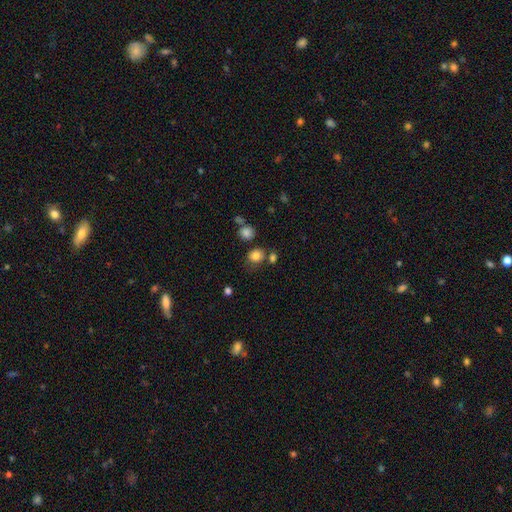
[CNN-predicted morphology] type=smooth (81%); roundness=round (70%); merging=none (64%).